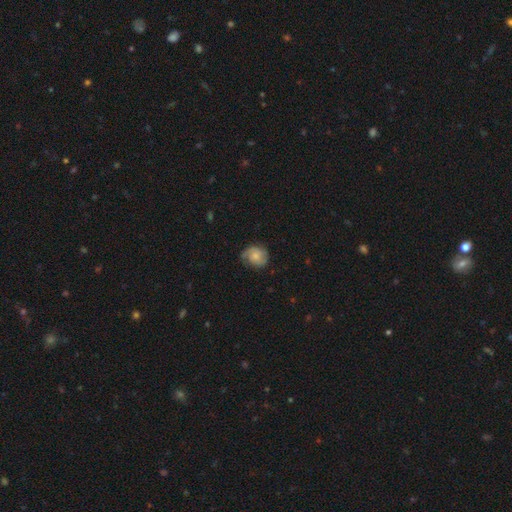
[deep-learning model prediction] Smooth or featured: featured or disk — 47% (smooth — 46%)
Merging: none — 63% (minor disturbance — 27%)